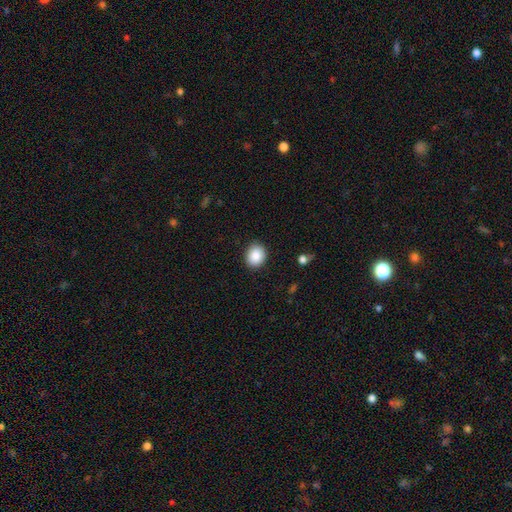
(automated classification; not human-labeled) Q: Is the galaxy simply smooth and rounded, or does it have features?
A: smooth — 88%.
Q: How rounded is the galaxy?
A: round — 64%.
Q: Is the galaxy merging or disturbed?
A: none — 89%.